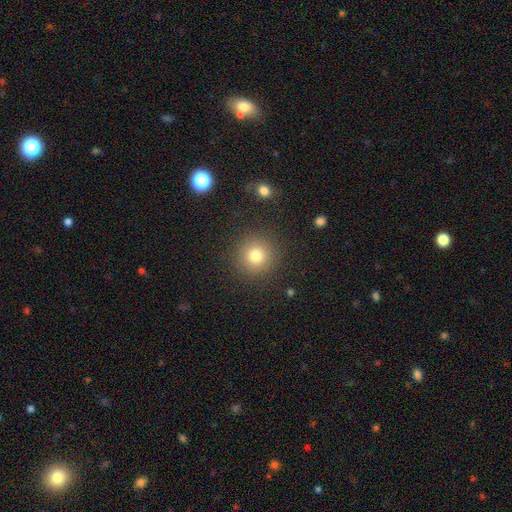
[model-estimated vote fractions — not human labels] A smooth galaxy with no disk features (79%) that is round (94%).

Vote fractions:
- Smooth or featured? smooth: 79% / star or artifact: 13% / featured or disk: 8%
- How rounded? round: 94% / in between: 5% / cigar-shaped: 1%
- Merging? none: 89% / minor disturbance: 7% / major disturbance: 3% / merger: 2%